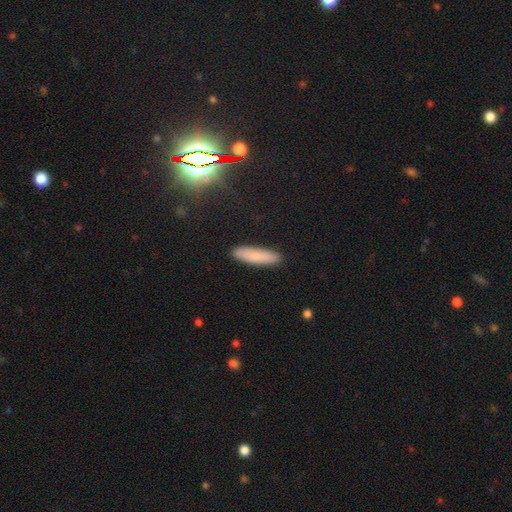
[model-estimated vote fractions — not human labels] The model was most divided on "how rounded": cigar-shaped: 71%, in between: 27%, round: 2%. More confident: merging — none (90%); smooth or featured — smooth (81%).